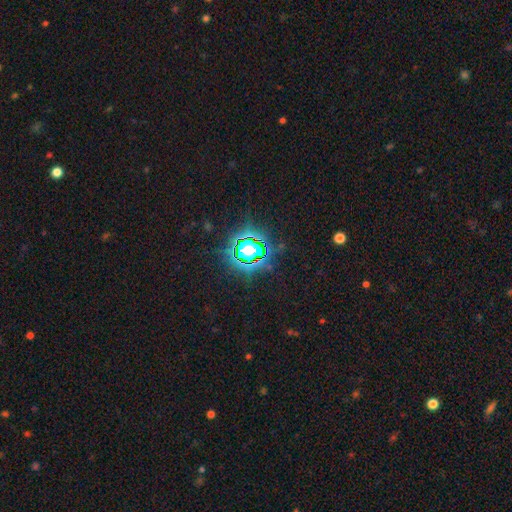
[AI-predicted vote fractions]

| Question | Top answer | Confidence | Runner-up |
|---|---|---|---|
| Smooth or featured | star or artifact | 82% | smooth (10%) |